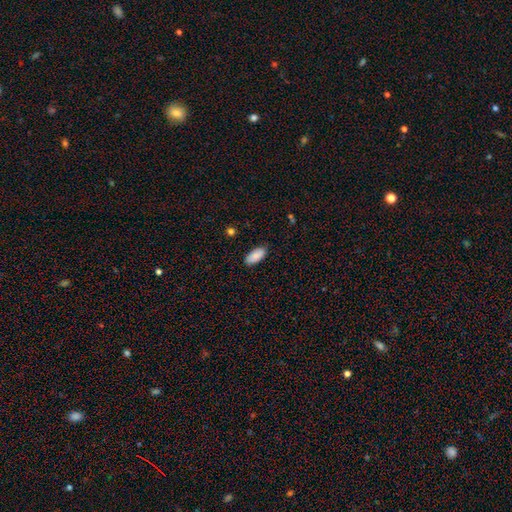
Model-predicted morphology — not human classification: This appears to be a smooth galaxy with no disk features (88%) that is in between round and cigar-shaped (92%). Merging: none (87%).